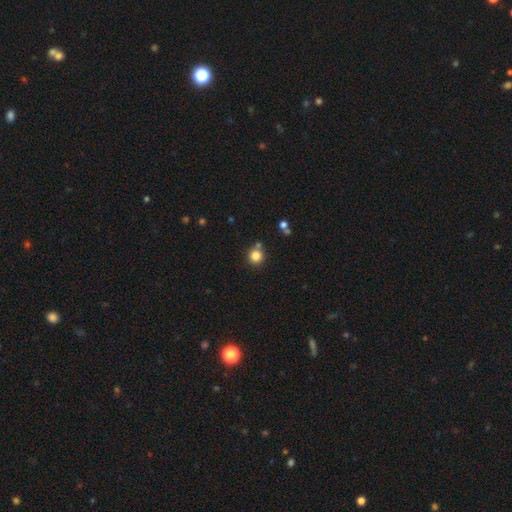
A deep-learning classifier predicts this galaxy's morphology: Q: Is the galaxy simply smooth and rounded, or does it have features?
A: smooth — 83%.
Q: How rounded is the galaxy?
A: round — 93%.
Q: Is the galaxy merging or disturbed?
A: none — 76%.